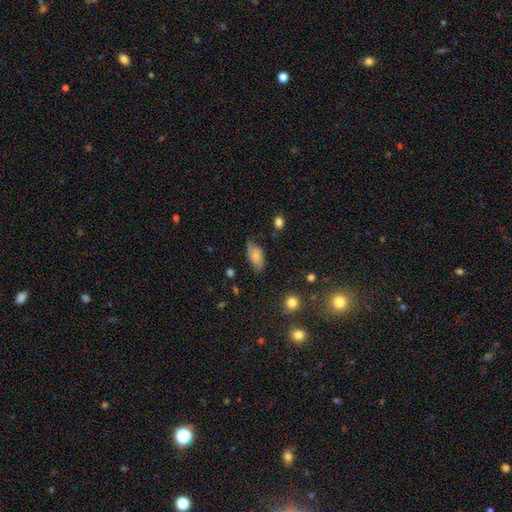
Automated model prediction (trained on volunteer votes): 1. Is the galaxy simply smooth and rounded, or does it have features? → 64% smooth, 27% featured or disk, 9% star or artifact.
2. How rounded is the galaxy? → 90% in between, 6% cigar-shaped, 4% round.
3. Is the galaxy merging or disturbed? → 55% none, 33% minor disturbance, 10% major disturbance, 2% merger.